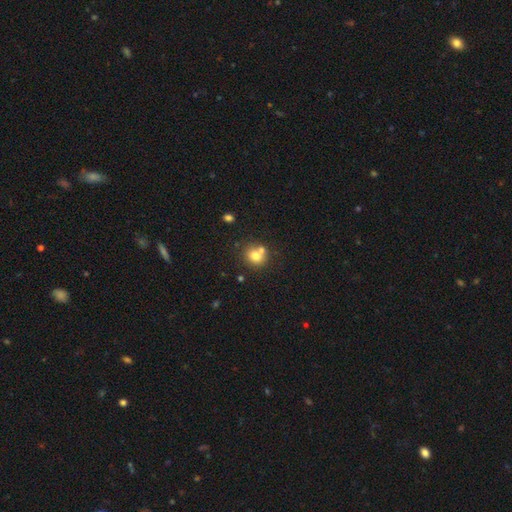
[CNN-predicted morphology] This is likely a smooth galaxy (75%). How rounded: clearly round (81%). Merging: possibly none (56%).